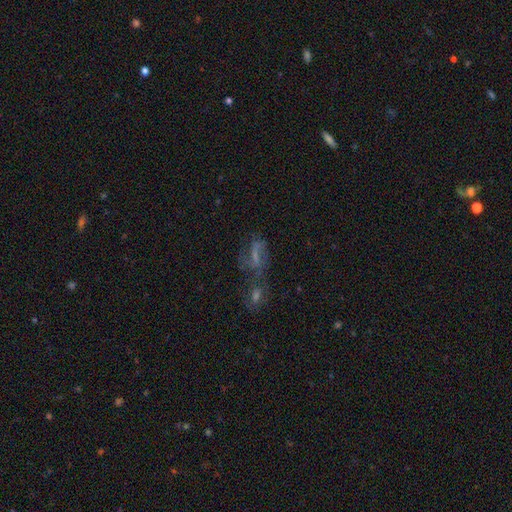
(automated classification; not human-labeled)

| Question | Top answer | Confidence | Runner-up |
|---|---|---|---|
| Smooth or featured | featured or disk | 49% | smooth (29%) |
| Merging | merger | 33% | tied: none (33%) |